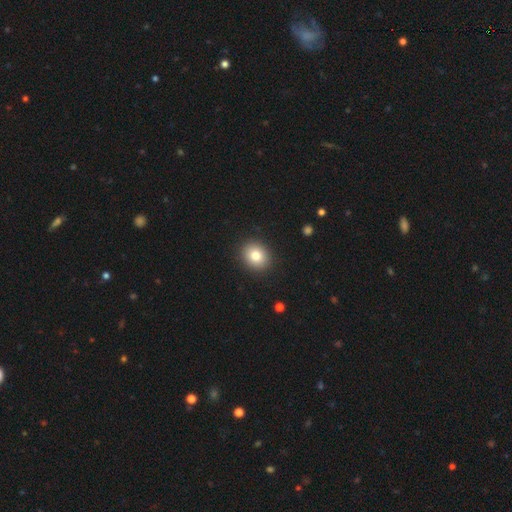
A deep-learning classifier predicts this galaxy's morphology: A smooth galaxy with no disk features (81%) that is round (70%). Merging: none (90%).